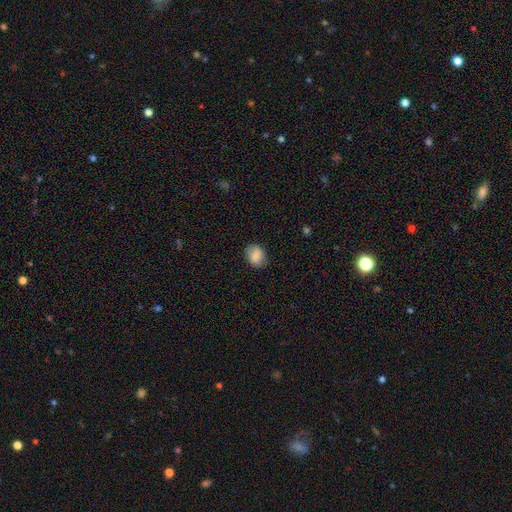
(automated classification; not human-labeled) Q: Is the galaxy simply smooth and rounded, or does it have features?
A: smooth — 81%.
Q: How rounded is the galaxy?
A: in between — 55%.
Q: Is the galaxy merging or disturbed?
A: none — 78%.